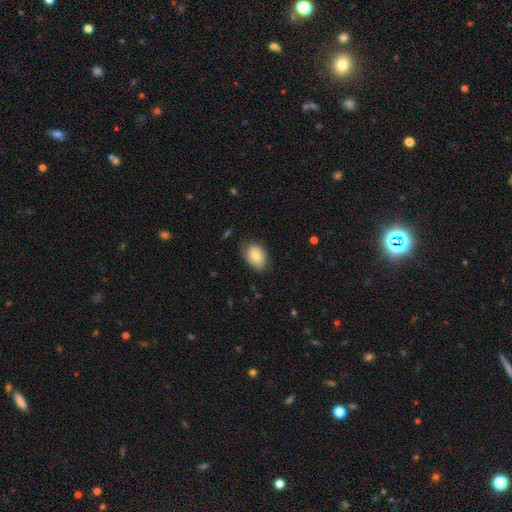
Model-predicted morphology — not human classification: A smooth galaxy with no disk features (74%) that is in between round and cigar-shaped (73%). Merging: none (67%).